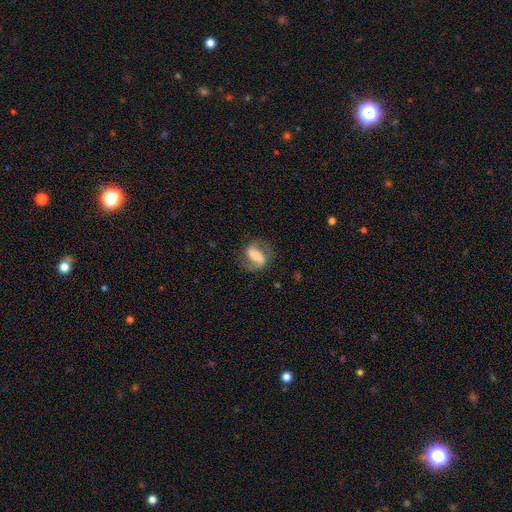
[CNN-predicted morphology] This is likely a featured or disk galaxy (66%). It is clearly not viewed edge-on (92%). Bar: possibly strong (60%). Spiral arm pattern: clearly yes (84%). Spiral arm count: clearly 2 (86%). Spiral winding: marginally medium (45%). Central bulge: marginally moderate (40%). Merging: likely none (72%).